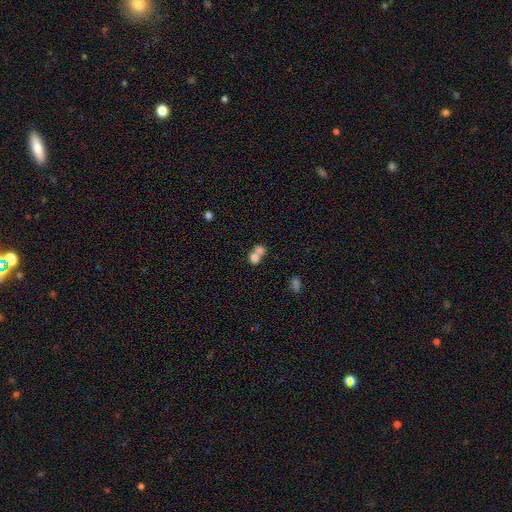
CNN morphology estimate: smooth-or-featured: smooth: 73% | featured or disk: 16% | star or artifact: 11%
  how-rounded: round: 55% | in between: 44% | cigar-shaped: 1%
  merging: merger: 69% | none: 22% | minor disturbance: 5% | major disturbance: 4%